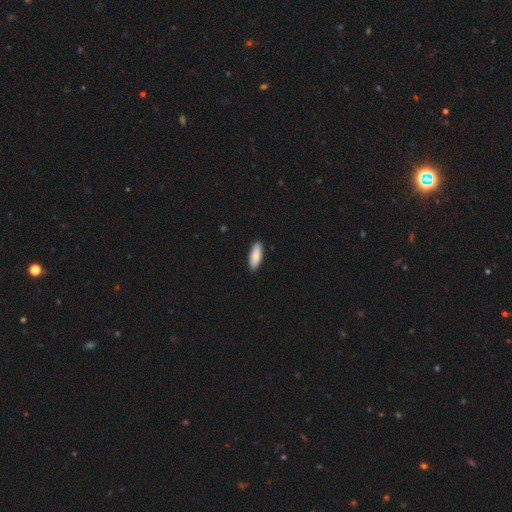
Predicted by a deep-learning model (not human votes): Overall: smooth (87%). How rounded: in between (65%; cigar-shaped 33%). Merging: none (90%).